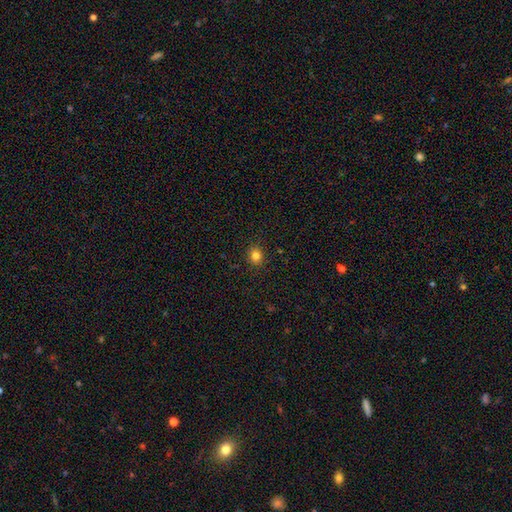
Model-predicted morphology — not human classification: A smooth galaxy with no disk features (82%) that is round (76%). Merging: none (90%).